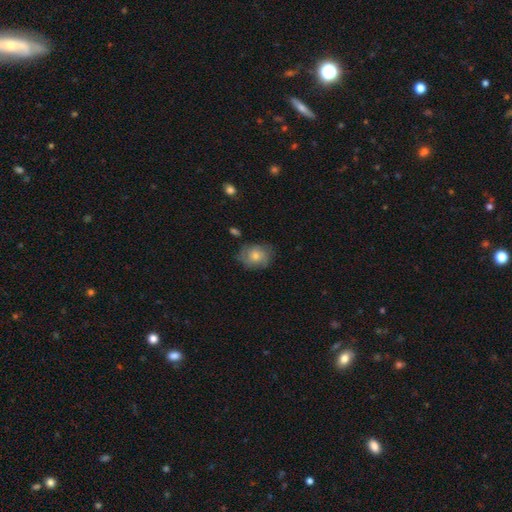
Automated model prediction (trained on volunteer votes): Q: Smooth or featured?
A: smooth (63%); runner-up: featured or disk (29%)
Q: How rounded?
A: round (55%); runner-up: in between (44%)
Q: Merging?
A: none (70%); runner-up: minor disturbance (22%)